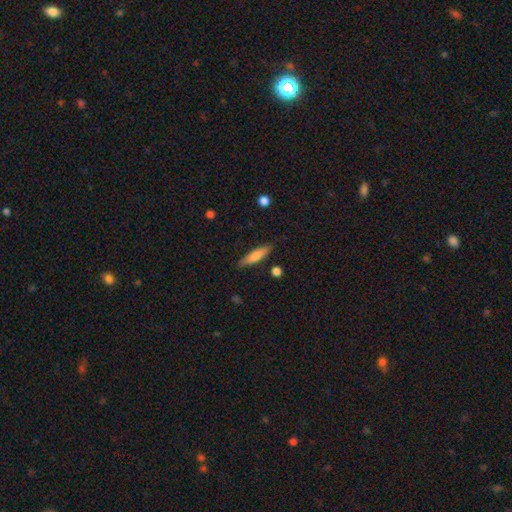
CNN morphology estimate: smooth_or_featured: smooth (p=0.71) [alt: featured or disk p=0.23]
how_rounded: cigar-shaped (p=0.74) [alt: in between p=0.24]
merging: none (p=0.85) [alt: minor disturbance p=0.11]